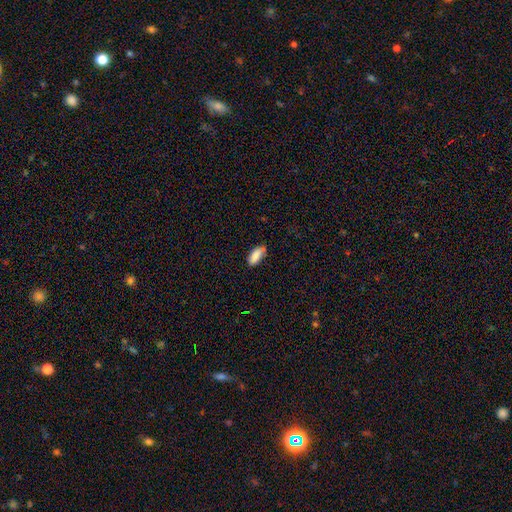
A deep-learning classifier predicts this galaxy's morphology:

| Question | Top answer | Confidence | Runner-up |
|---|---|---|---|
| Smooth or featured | smooth | 87% | star or artifact (7%) |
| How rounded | in between | 84% | cigar-shaped (14%) |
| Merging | none | 66% | minor disturbance (26%) |